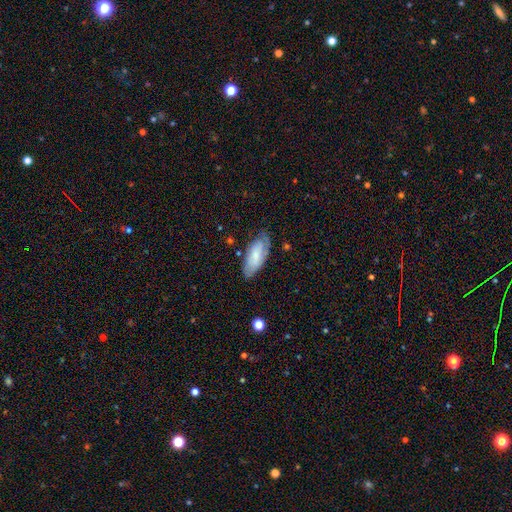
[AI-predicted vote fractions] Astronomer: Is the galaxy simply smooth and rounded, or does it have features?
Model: smooth — 61%.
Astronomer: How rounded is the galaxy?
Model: in between — 83%.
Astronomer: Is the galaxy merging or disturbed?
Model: none — 69%.